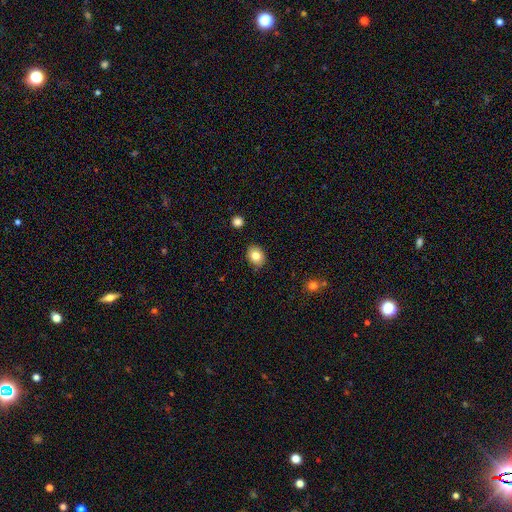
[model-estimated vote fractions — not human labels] A smooth galaxy with no disk features (81%) that is in between round and cigar-shaped (50%).

Vote fractions:
- Smooth or featured? smooth: 81% / featured or disk: 9% / star or artifact: 9%
- How rounded? in between: 50% / round: 49% / cigar-shaped: 1%
- Merging? none: 86% / minor disturbance: 10% / major disturbance: 2% / merger: 1%